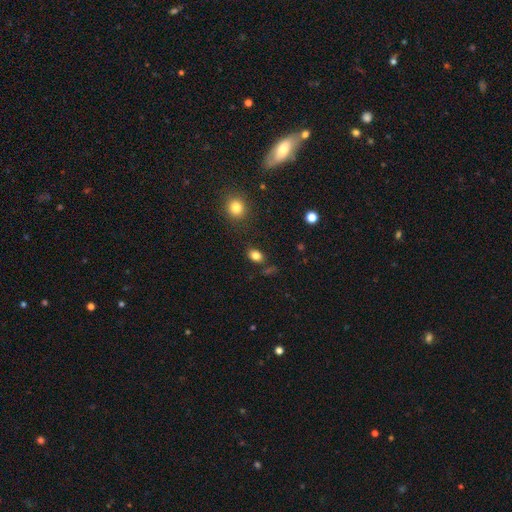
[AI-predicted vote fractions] smooth-or-featured: smooth: 83% | star or artifact: 12% | featured or disk: 6%
  how-rounded: in between: 69% | round: 30% | cigar-shaped: 1%
  merging: none: 79% | minor disturbance: 13% | merger: 4% | major disturbance: 4%